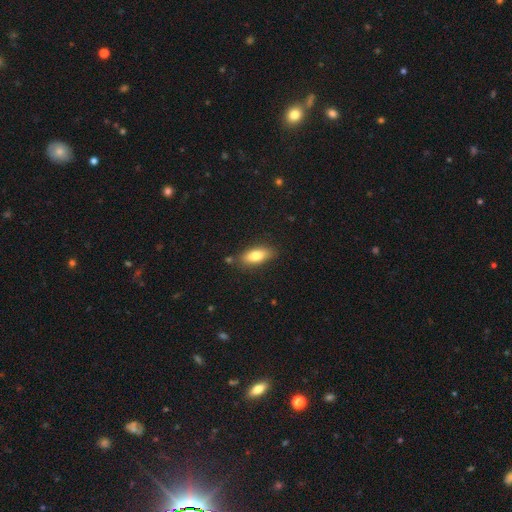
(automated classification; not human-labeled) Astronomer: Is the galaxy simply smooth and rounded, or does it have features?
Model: smooth — 80%.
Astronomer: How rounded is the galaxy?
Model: in between — 80%.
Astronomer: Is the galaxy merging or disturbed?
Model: none — 82%.